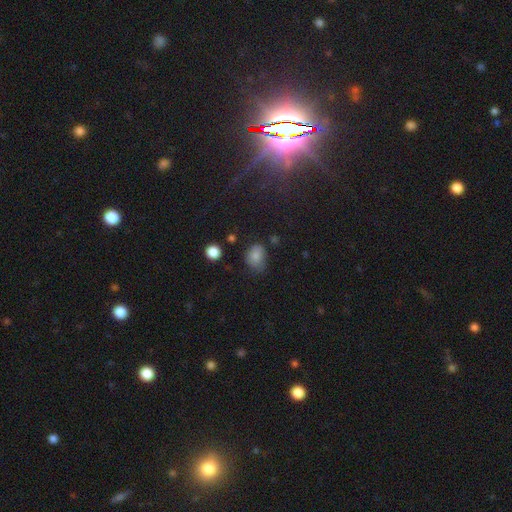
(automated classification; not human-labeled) This appears to be a smooth galaxy with no disk features (79%) that is in between round and cigar-shaped (57%). Merging: none (48%).